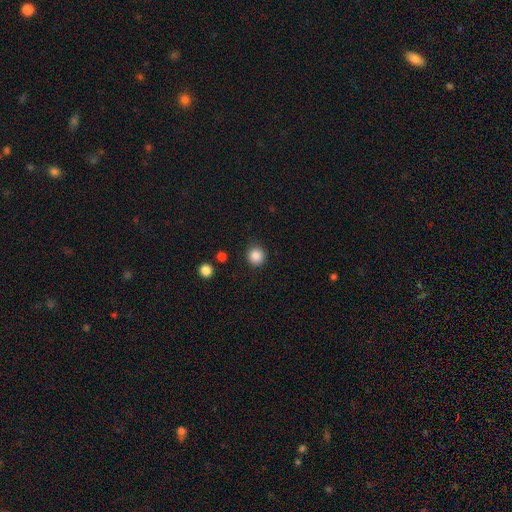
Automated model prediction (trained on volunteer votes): A smooth galaxy with no disk features (87%) that is round (94%). Merging: none (89%).